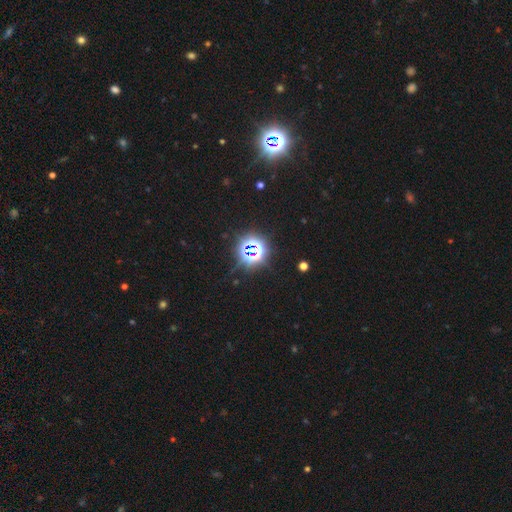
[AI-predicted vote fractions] The model was most divided on "smooth or featured": star or artifact: 78%, smooth: 14%, featured or disk: 8%.